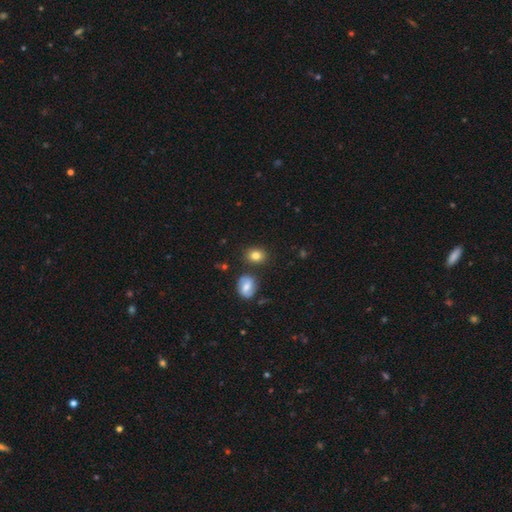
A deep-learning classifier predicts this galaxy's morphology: type=smooth (81%); roundness=round (53%); merging=none (80%).